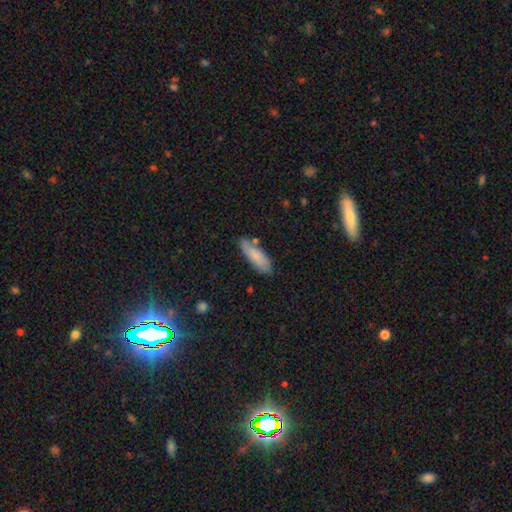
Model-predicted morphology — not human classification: A smooth galaxy with no disk features (81%) that is in between round and cigar-shaped (52%).

Vote fractions:
- Smooth or featured? smooth: 81% / featured or disk: 13% / star or artifact: 6%
- How rounded? in between: 52% / cigar-shaped: 46% / round: 2%
- Merging? none: 76% / minor disturbance: 17% / merger: 4% / major disturbance: 3%